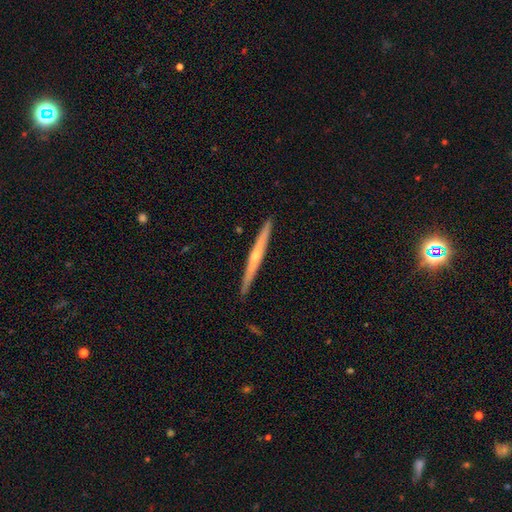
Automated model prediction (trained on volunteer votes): Overall: featured or disk (66%; smooth 28%). Edge-on disk: yes (97%). Edge-on bulge: rounded (64%; none 33%). Merging: none (91%).